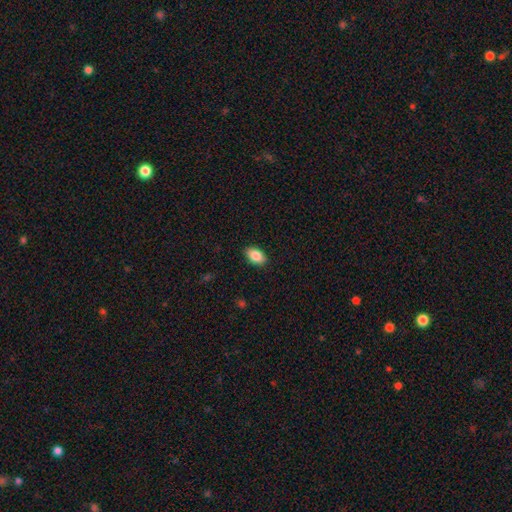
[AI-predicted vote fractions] Smooth or featured?
  - smooth: 87% *
  - star or artifact: 7%
  - featured or disk: 6%
How rounded?
  - in between: 92% *
  - round: 6%
  - cigar-shaped: 2%
Merging?
  - none: 89% *
  - minor disturbance: 8%
  - major disturbance: 2%
  - merger: 1%